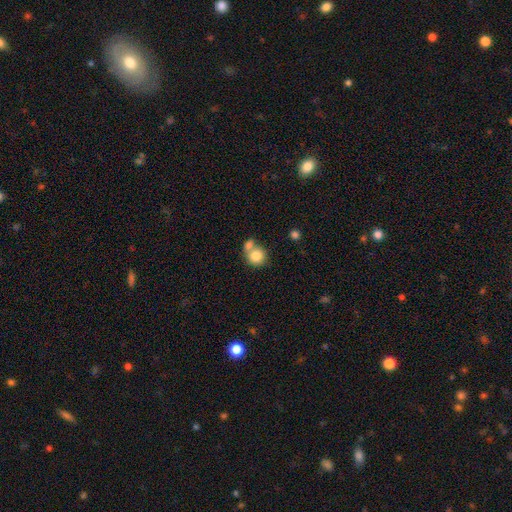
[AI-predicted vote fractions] A smooth galaxy with no disk features (80%) that is round (87%). Merging: none (45%).